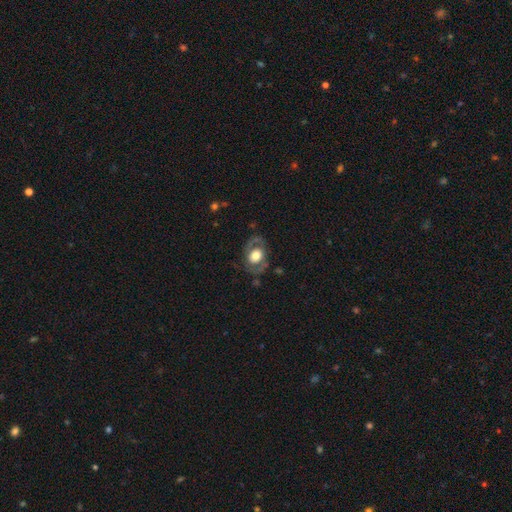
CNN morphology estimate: Overall: featured or disk (53%; smooth 40%). Edge-on disk: no (94%). Merging: none (68%).